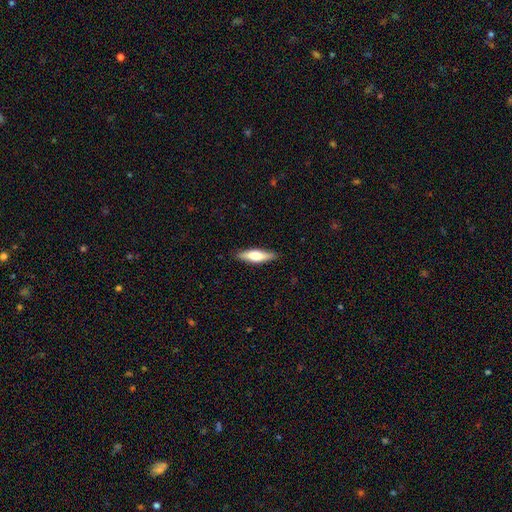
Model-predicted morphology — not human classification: Q: Smooth or featured?
A: smooth (56%); runner-up: featured or disk (38%)
Q: How rounded?
A: cigar-shaped (61%); runner-up: in between (37%)
Q: Merging?
A: none (88%); runner-up: minor disturbance (9%)